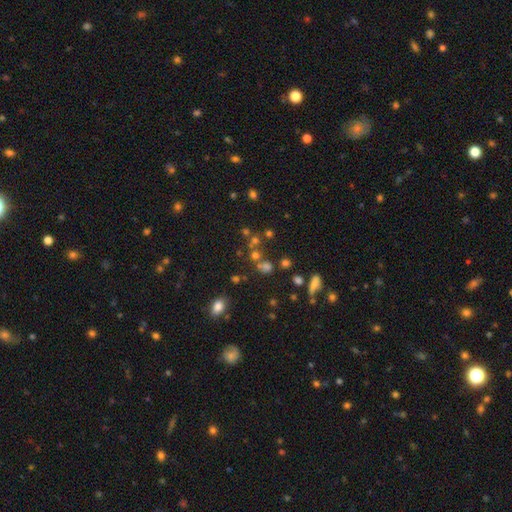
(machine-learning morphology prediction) smooth-or-featured: smooth: 43% | star or artifact: 41% | featured or disk: 16%
  merging: none: 59% | merger: 26% | minor disturbance: 9% | major disturbance: 6%